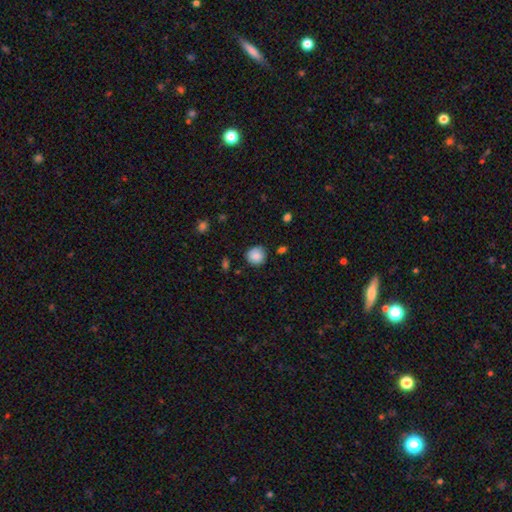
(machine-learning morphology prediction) Smooth or featured: smooth — 86% (star or artifact — 9%)
How rounded: round — 90% (in between — 9%)
Merging: none — 82% (minor disturbance — 13%)